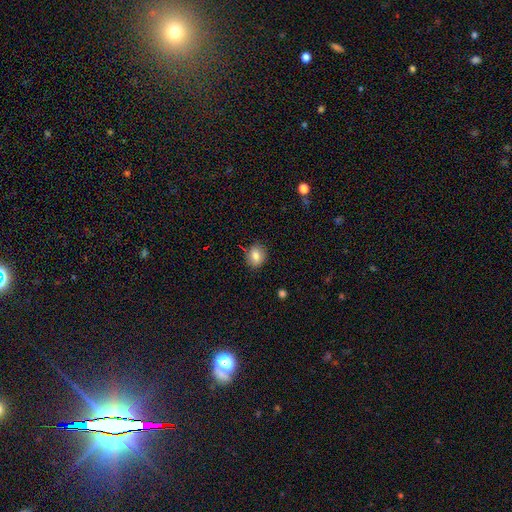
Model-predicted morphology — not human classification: A smooth galaxy with no disk features (82%) that is in between round and cigar-shaped (50%).

Vote fractions:
- Smooth or featured? smooth: 82% / star or artifact: 9% / featured or disk: 9%
- How rounded? in between: 50% / round: 49% / cigar-shaped: 1%
- Merging? none: 81% / minor disturbance: 14% / major disturbance: 3% / merger: 2%